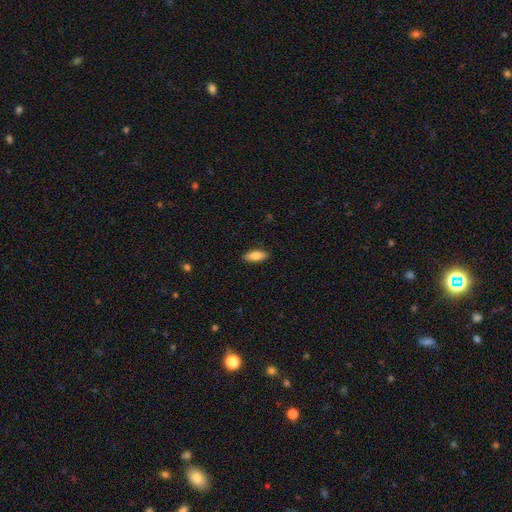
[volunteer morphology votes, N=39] A smooth galaxy with no disk features (90%) that is in between round and cigar-shaped (71%).

Vote fractions:
- Smooth or featured? smooth: 90% / featured or disk: 10% / star or artifact: 0%
- How rounded? in between: 71% / cigar-shaped: 23% / round: 6%
- Merging? none: 87% / minor disturbance: 10% / major disturbance: 3% / merger: 0%